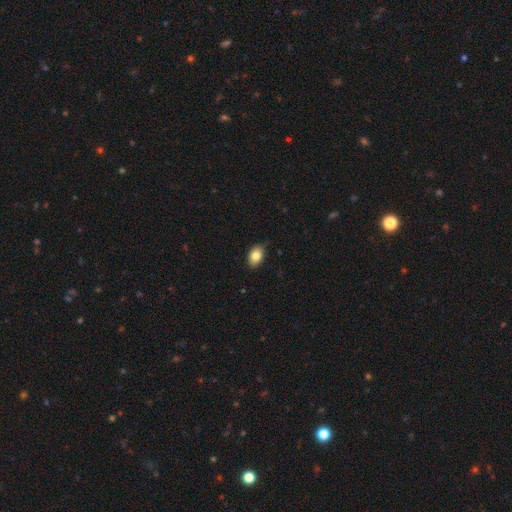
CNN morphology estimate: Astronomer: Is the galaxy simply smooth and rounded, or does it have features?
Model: smooth — 83%.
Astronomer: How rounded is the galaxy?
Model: in between — 85%.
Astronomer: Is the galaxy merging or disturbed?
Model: none — 80%.